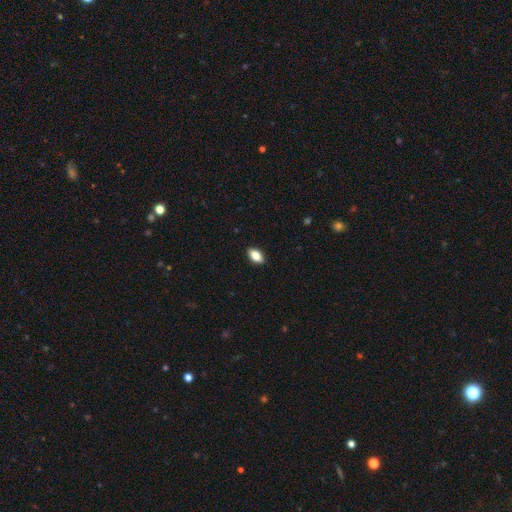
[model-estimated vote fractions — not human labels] Smooth or featured? smooth (83%)
How rounded? in between (90%)
Merging? none (89%)